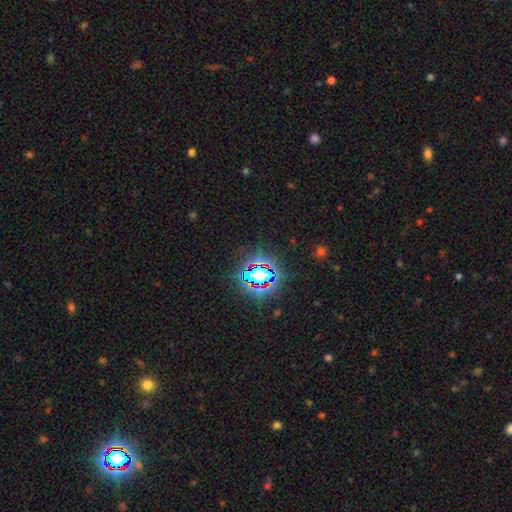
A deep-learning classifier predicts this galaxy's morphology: Smooth or featured?
  - star or artifact: 82% *
  - smooth: 10%
  - featured or disk: 7%